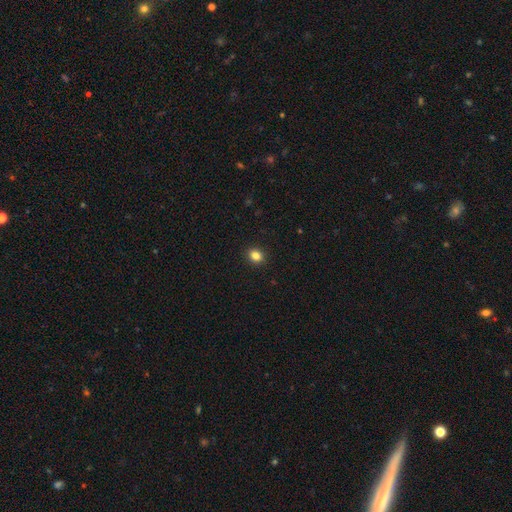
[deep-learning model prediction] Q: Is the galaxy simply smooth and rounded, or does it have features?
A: smooth — 85%.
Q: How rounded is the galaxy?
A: round — 55%.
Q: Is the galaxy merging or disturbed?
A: none — 91%.